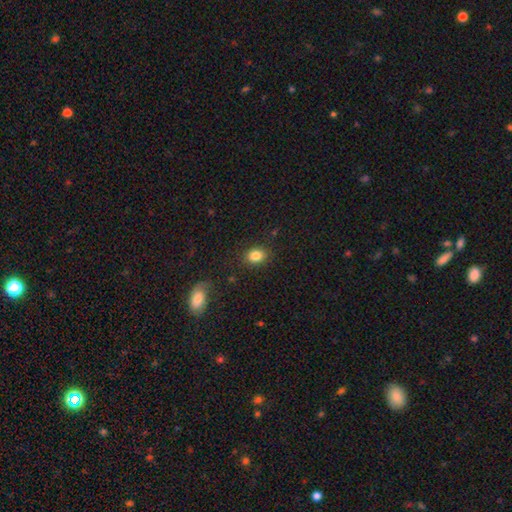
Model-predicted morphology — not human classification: A smooth galaxy with no disk features (84%) that is in between round and cigar-shaped (54%).

Vote fractions:
- Smooth or featured? smooth: 84% / star or artifact: 10% / featured or disk: 6%
- How rounded? in between: 54% / round: 45% / cigar-shaped: 1%
- Merging? none: 86% / minor disturbance: 9% / major disturbance: 3% / merger: 2%